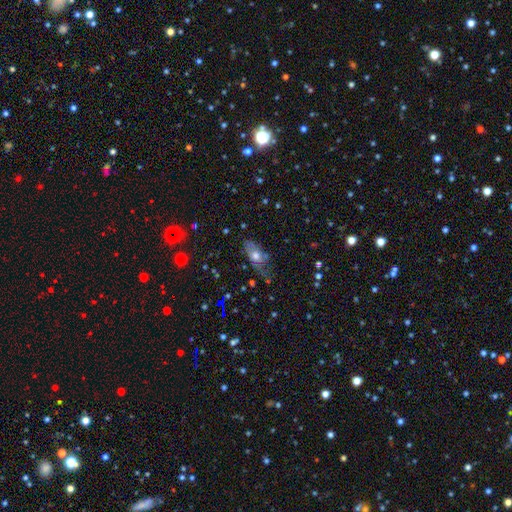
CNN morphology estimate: Smooth or featured? Predicted: smooth (p=0.48). Merging? Predicted: none (p=0.46).